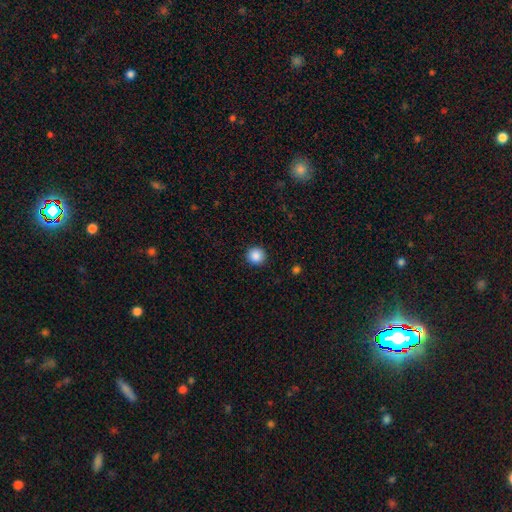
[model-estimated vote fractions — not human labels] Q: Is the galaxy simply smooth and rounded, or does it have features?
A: smooth — 88%.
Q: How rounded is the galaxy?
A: round — 95%.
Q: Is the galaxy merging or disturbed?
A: none — 92%.